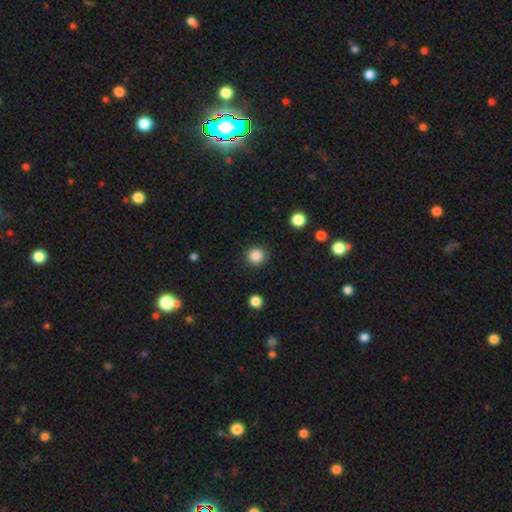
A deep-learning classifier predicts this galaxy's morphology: Smooth or featured? Predicted: smooth (p=0.86). How rounded? Predicted: round (p=0.94). Merging? Predicted: none (p=0.91).